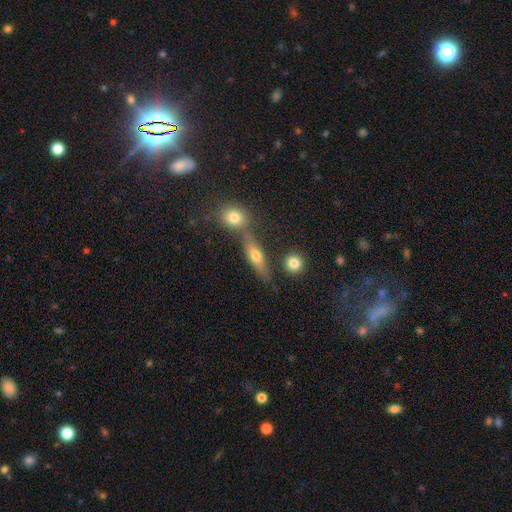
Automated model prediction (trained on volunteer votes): Smooth or featured? Predicted: smooth (p=0.58). How rounded? Predicted: cigar-shaped (p=0.46). Merging? Predicted: none (p=0.64).